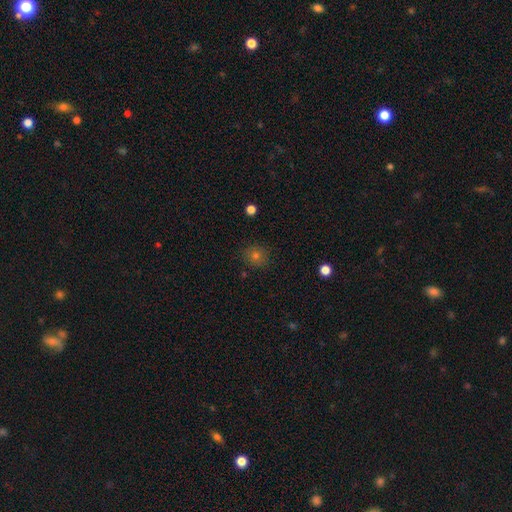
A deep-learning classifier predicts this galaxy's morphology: Overall: smooth (71%). How rounded: round (91%). Merging: none (88%).